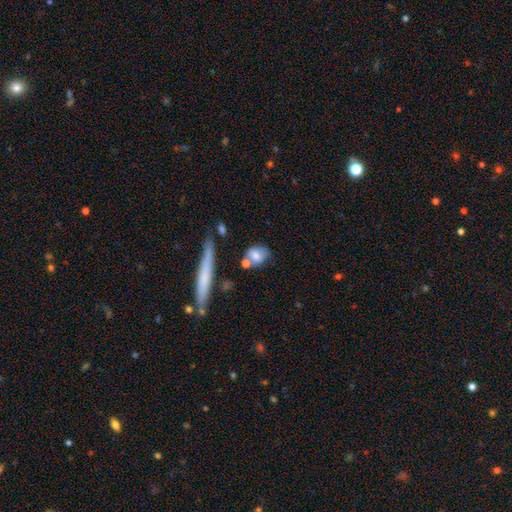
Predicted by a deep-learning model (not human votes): smooth_or_featured: smooth (p=0.69) [alt: featured or disk p=0.23]
how_rounded: in between (p=0.57) [alt: round p=0.35]
merging: none (p=0.56) [alt: merger p=0.19]